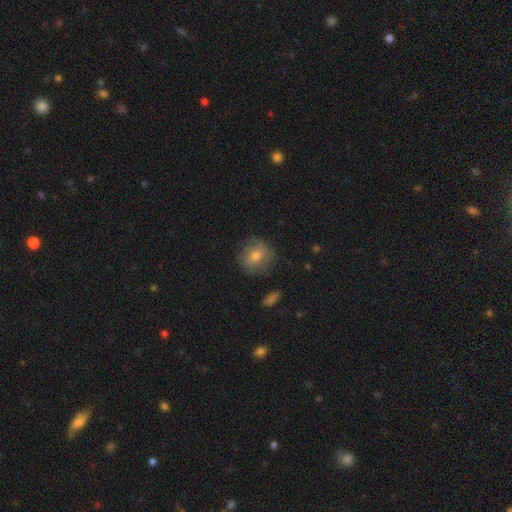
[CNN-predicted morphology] Smooth or featured? Predicted: smooth (p=0.55). How rounded? Predicted: round (p=0.76). Merging? Predicted: none (p=0.68).